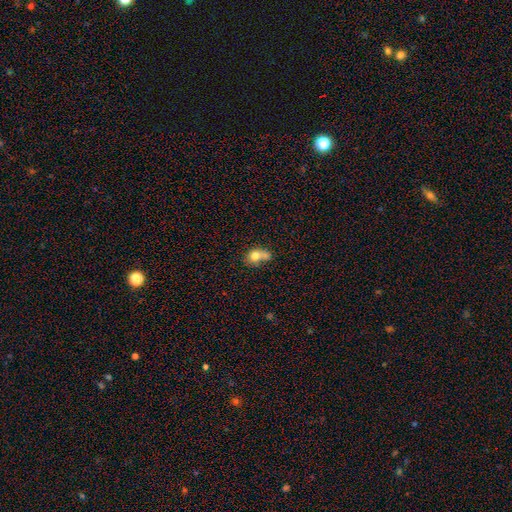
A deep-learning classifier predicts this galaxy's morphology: smooth 74%, featured or disk 16%, star or artifact 10%. Down the decision tree: how rounded — round (51%); merging — merger (44%).